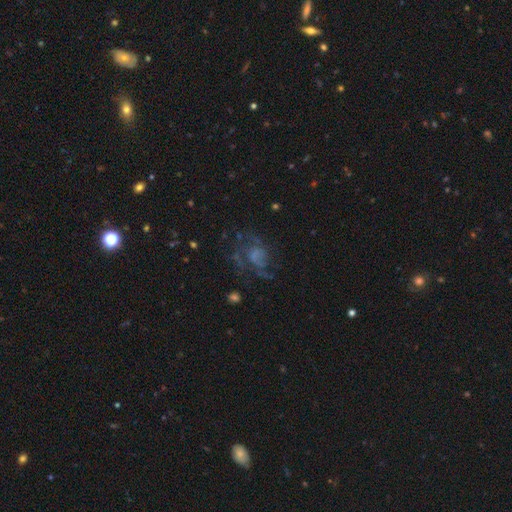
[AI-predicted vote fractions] This is likely a featured or disk galaxy (60%). It is clearly not viewed edge-on (97%). Bar: likely no (73%). Spiral arm pattern: likely yes (69%). Central bulge: possibly none (57%). Merging: possibly none (46%).